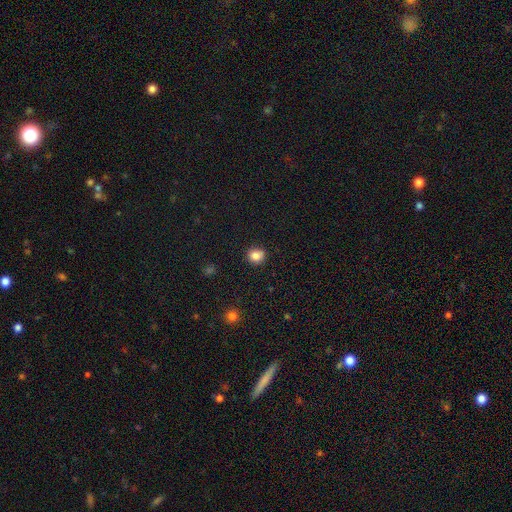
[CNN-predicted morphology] Q: Smooth or featured?
A: smooth (85%); runner-up: star or artifact (10%)
Q: How rounded?
A: round (83%); runner-up: in between (16%)
Q: Merging?
A: none (87%); runner-up: minor disturbance (10%)